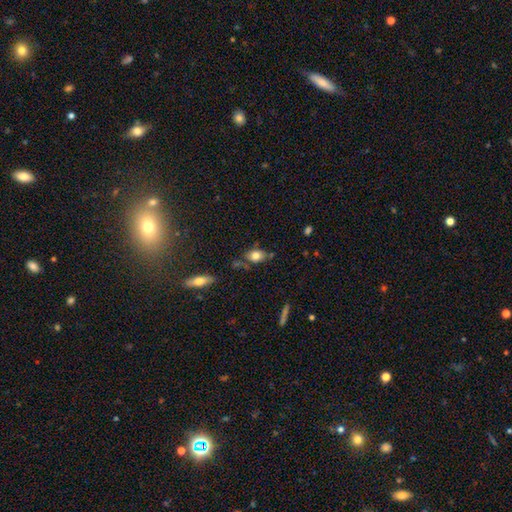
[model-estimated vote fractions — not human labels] A smooth galaxy with no disk features (76%) that is in between round and cigar-shaped (70%).

Vote fractions:
- Smooth or featured? smooth: 76% / featured or disk: 15% / star or artifact: 10%
- How rounded? in between: 70% / round: 25% / cigar-shaped: 4%
- Merging? none: 64% / minor disturbance: 22% / merger: 8% / major disturbance: 6%